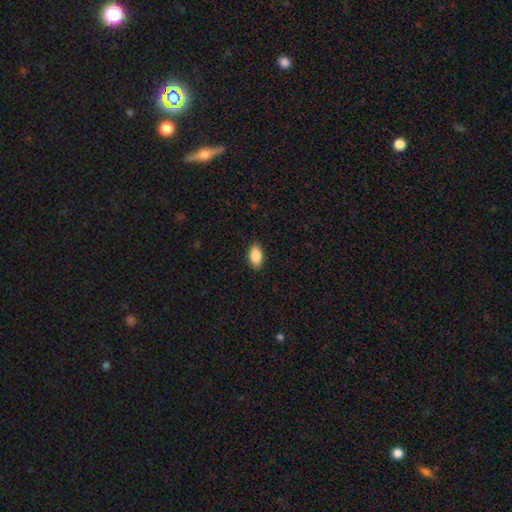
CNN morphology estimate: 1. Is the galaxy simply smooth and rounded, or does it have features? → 86% smooth, 7% star or artifact, 7% featured or disk.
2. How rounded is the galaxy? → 92% in between, 5% round, 3% cigar-shaped.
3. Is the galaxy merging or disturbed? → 88% none, 9% minor disturbance, 2% major disturbance, 1% merger.